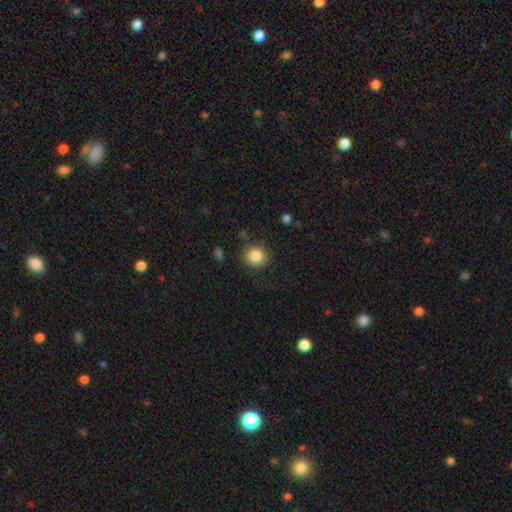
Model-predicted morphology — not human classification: smooth 85%, star or artifact 9%, featured or disk 5%. Down the decision tree: how rounded — round (87%); merging — none (84%).